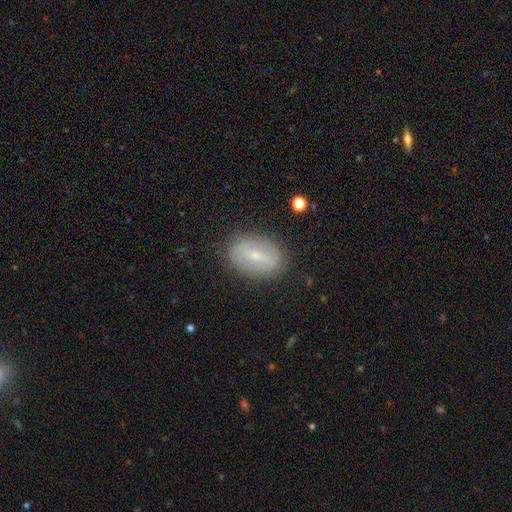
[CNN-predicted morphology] type=featured or disk (49%); merging=none (85%).